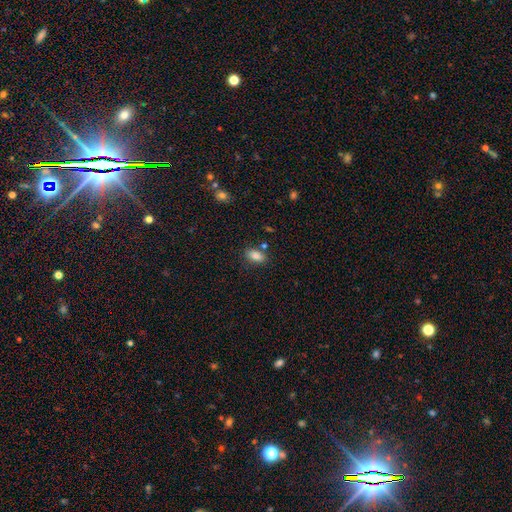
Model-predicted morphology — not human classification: smooth_or_featured: smooth (p=0.84) [alt: star or artifact p=0.09]
how_rounded: in between (p=0.88) [alt: round p=0.09]
merging: none (p=0.77) [alt: minor disturbance p=0.12]